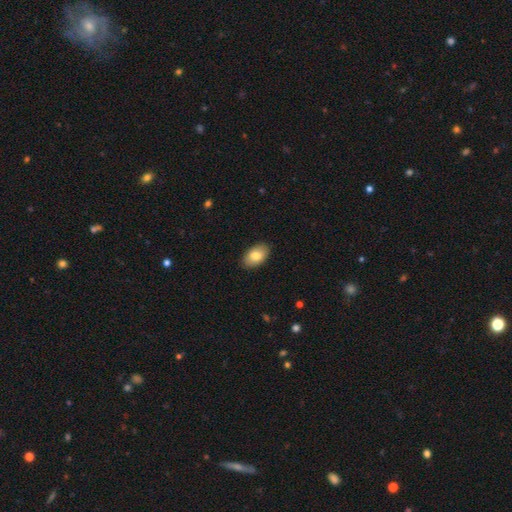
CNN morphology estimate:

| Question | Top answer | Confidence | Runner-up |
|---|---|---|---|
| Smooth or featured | smooth | 82% | featured or disk (12%) |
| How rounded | in between | 93% | round (5%) |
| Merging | none | 89% | minor disturbance (8%) |